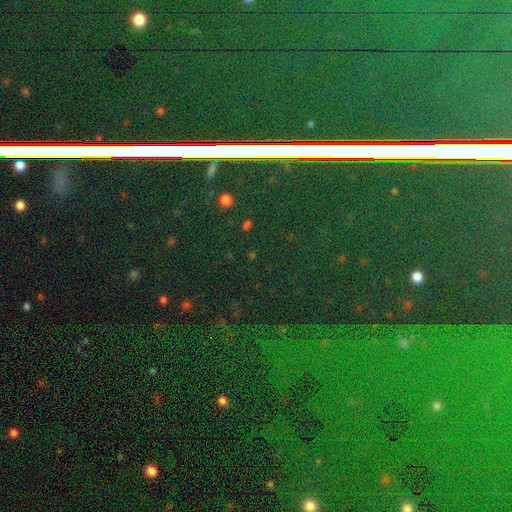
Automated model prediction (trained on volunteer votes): Smooth or featured?
  - star or artifact: 84% *
  - featured or disk: 8%
  - smooth: 8%